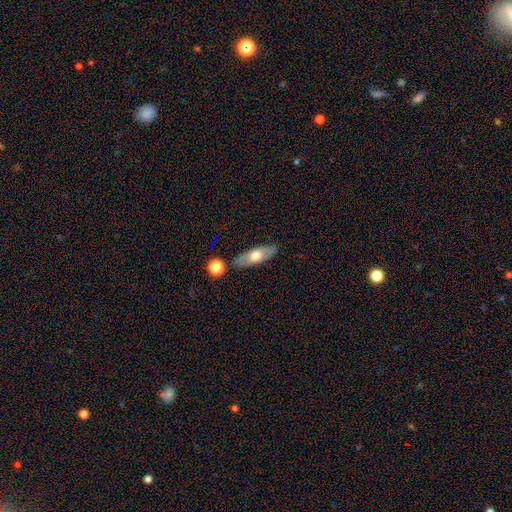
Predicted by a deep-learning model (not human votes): Smooth or featured? Predicted: smooth (p=0.54). How rounded? Predicted: in between (p=0.67). Merging? Predicted: none (p=0.83).